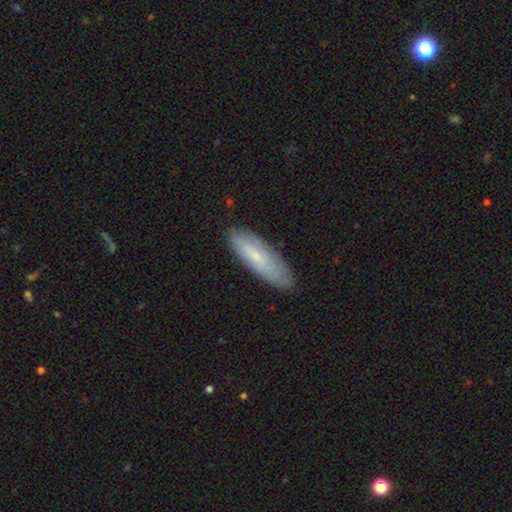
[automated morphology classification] Smooth or featured? Predicted: smooth (p=0.62). How rounded? Predicted: cigar-shaped (p=0.54). Merging? Predicted: none (p=0.82).